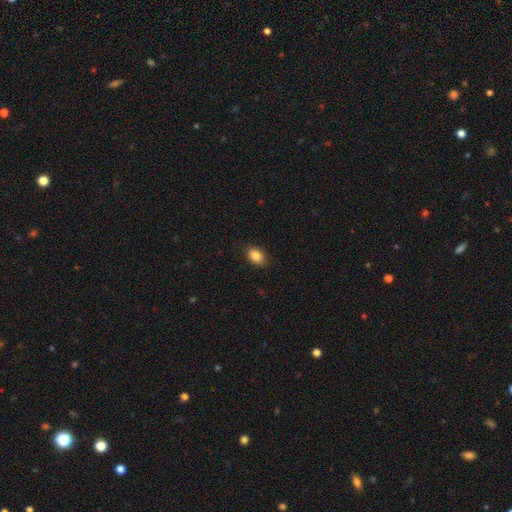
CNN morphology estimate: A smooth galaxy with no disk features (86%) that is in between round and cigar-shaped (81%). Merging: none (87%).